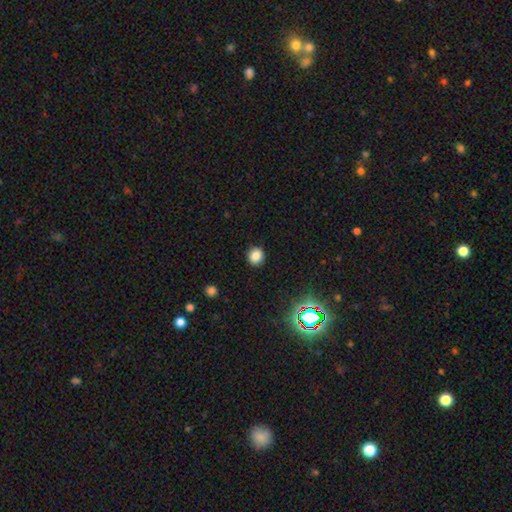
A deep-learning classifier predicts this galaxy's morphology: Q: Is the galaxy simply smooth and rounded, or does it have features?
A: smooth — 83%.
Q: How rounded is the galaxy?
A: round — 82%.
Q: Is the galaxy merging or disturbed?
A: none — 90%.